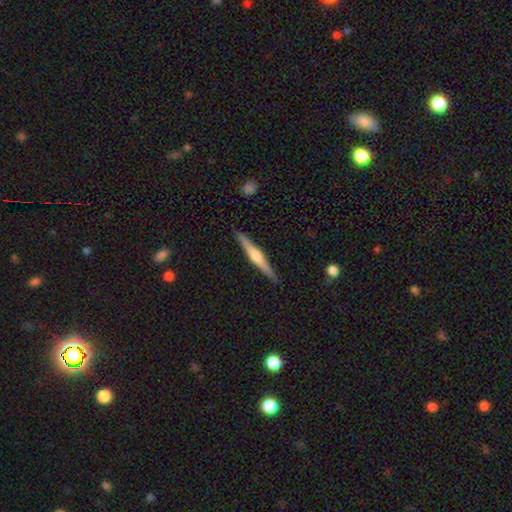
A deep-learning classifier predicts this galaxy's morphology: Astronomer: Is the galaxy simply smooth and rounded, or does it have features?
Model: featured or disk — 71%.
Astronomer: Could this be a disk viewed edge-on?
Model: yes — 98%.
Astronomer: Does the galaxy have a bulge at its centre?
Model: rounded — 83%.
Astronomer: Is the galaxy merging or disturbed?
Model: none — 91%.